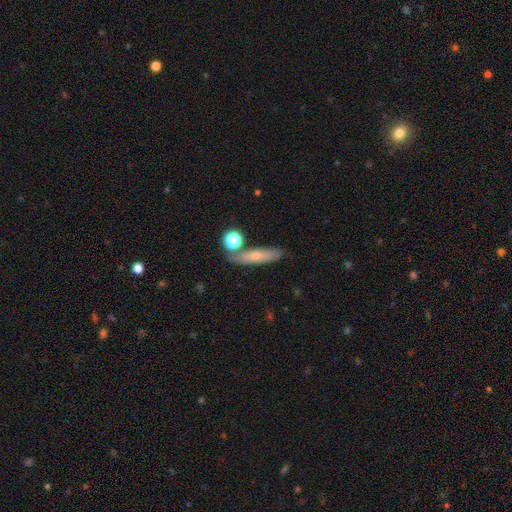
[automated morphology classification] Overall: smooth (67%). How rounded: cigar-shaped (68%). Merging: none (69%).